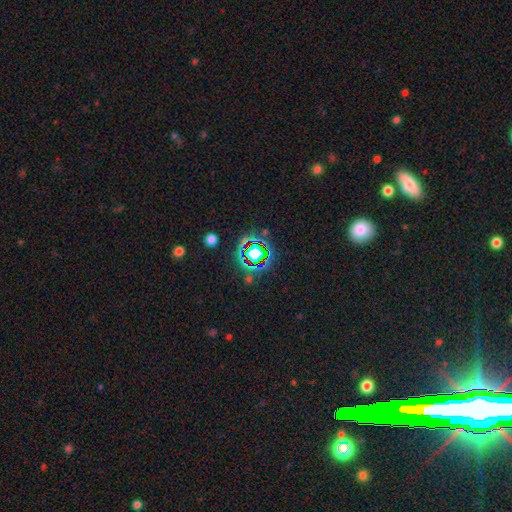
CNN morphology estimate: type=star or artifact (66%).